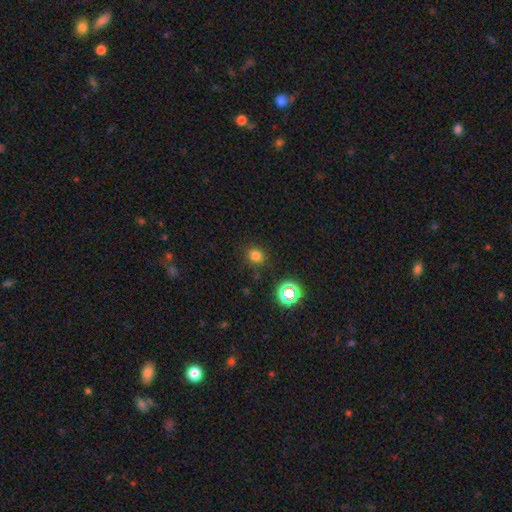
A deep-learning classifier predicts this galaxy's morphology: Q: Smooth or featured?
A: smooth (76%); runner-up: star or artifact (19%)
Q: How rounded?
A: round (86%); runner-up: in between (13%)
Q: Merging?
A: none (85%); runner-up: minor disturbance (10%)